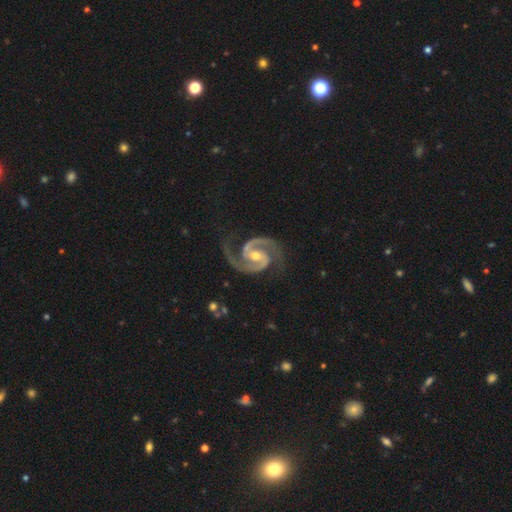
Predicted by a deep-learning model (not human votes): A featured or disk galaxy (95%) with a weak bar (41%), 2 (95%) medium (62%) spiral arms (99%) and a moderate central bulge (64%). Merging: none (78%).